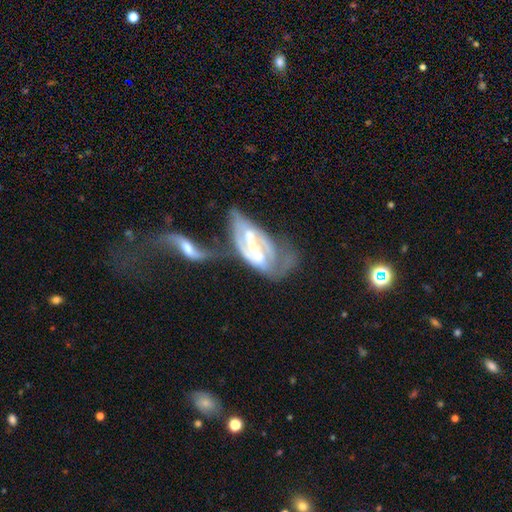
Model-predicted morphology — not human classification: The model was most divided on "spiral winding": medium: 42%, tight: 40%, loose: 19%. Remaining: edge-on disk — no (93%); spiral arms — yes (85%); smooth or featured — featured or disk (81%); spiral arm count — 2 (70%); bar — strong (51%); bulge size — moderate (35%); merging — merger (33%).